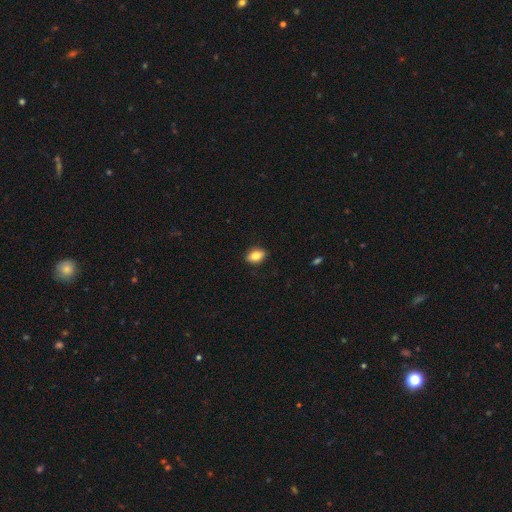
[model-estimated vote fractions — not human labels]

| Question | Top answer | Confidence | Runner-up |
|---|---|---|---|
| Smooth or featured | smooth | 81% | featured or disk (11%) |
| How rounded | in between | 85% | round (12%) |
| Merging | none | 88% | minor disturbance (9%) |